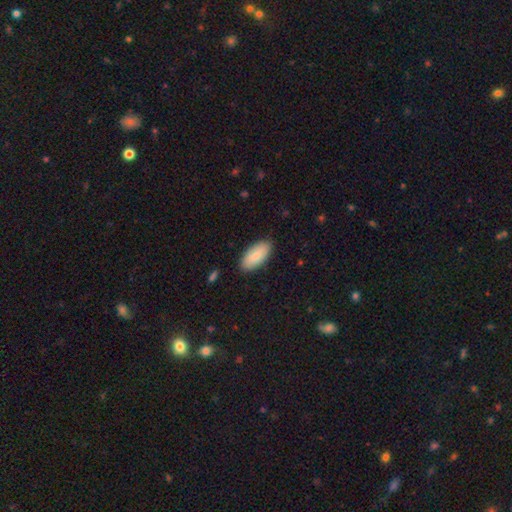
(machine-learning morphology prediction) The model was most divided on "smooth or featured": smooth: 83%, featured or disk: 11%, star or artifact: 5%. More confident: how rounded — in between (90%); merging — none (87%).